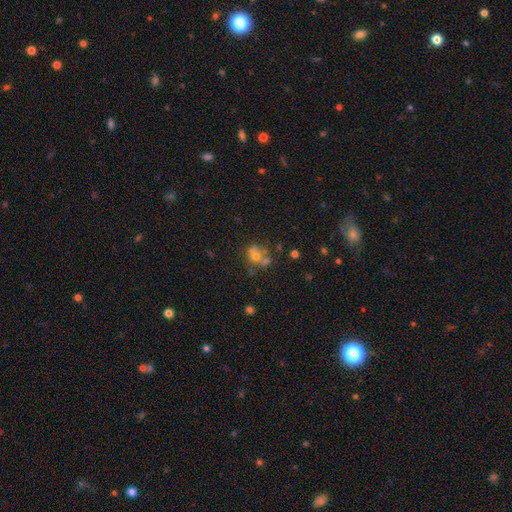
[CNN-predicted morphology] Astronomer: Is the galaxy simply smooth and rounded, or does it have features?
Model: smooth — 51% (runner-up: featured or disk, 30%).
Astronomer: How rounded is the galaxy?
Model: round — 73%.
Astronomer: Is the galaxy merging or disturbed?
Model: none — 41% (runner-up: merger, 39%).